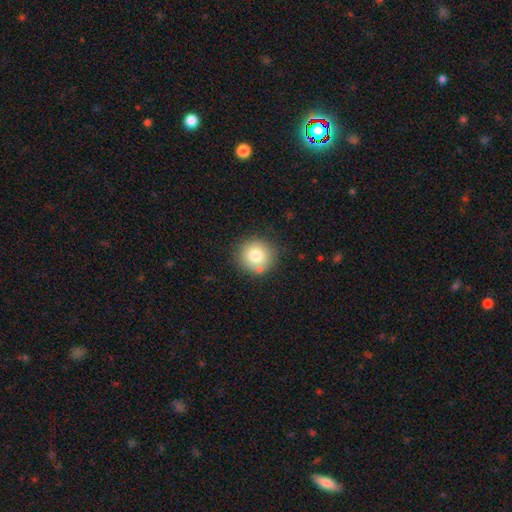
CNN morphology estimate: smooth 79%, featured or disk 11%, star or artifact 10%. Down the decision tree: how rounded — round (93%); merging — none (82%).